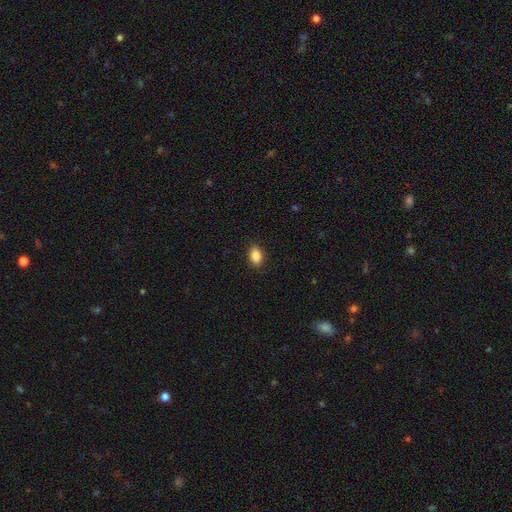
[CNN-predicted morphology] smooth-or-featured: smooth: 87% | star or artifact: 8% | featured or disk: 4%
  how-rounded: in between: 83% | round: 16% | cigar-shaped: 2%
  merging: none: 89% | minor disturbance: 8% | major disturbance: 2% | merger: 1%